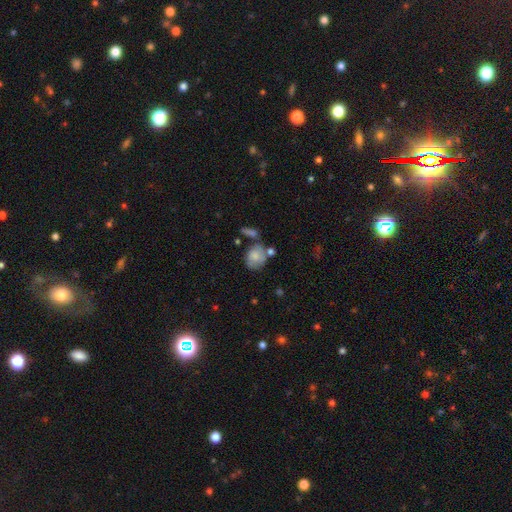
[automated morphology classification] Overall: smooth (71%). How rounded: in between (50%; round 48%). Merging: none (42%; merger 24%).